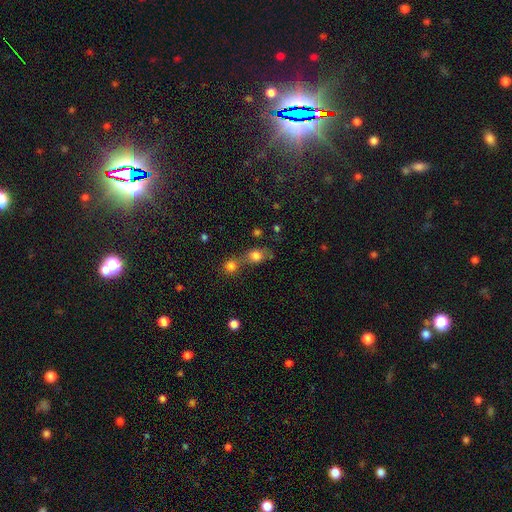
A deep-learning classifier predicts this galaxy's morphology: Overall: smooth (77%). How rounded: round (59%; in between 38%). Merging: merger (50%; none 35%).